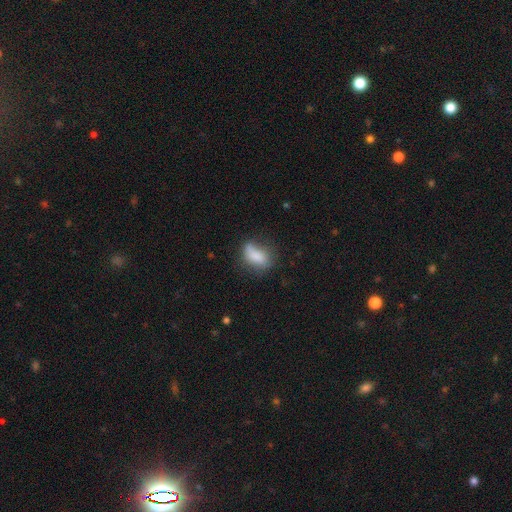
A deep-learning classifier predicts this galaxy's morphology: Q: Smooth or featured?
A: smooth (77%); runner-up: featured or disk (14%)
Q: How rounded?
A: in between (85%); runner-up: round (10%)
Q: Merging?
A: none (42%); runner-up: minor disturbance (32%)